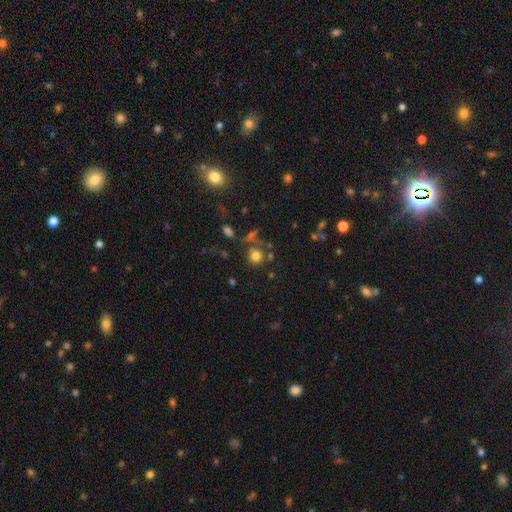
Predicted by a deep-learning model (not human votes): Smooth or featured? smooth (75%)
How rounded? round (88%)
Merging? none (70%)